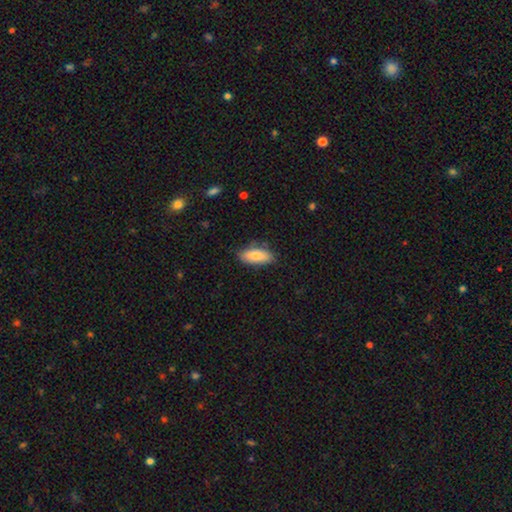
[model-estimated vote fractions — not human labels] This is clearly a smooth galaxy (82%). How rounded: likely in between (77%). Merging: likely none (78%).